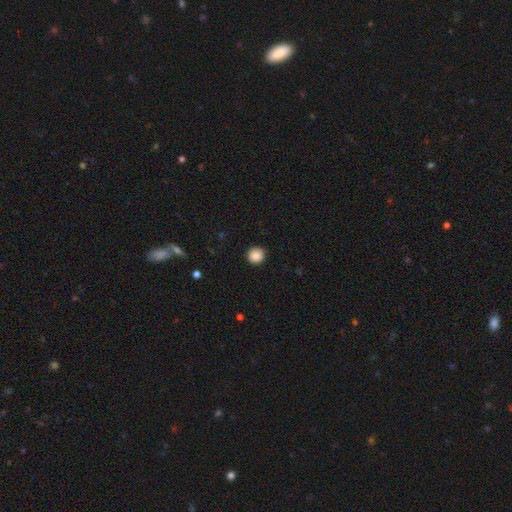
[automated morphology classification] The model was most divided on "smooth or featured": smooth: 88%, star or artifact: 9%, featured or disk: 3%. More confident: how rounded — round (94%); merging — none (92%).